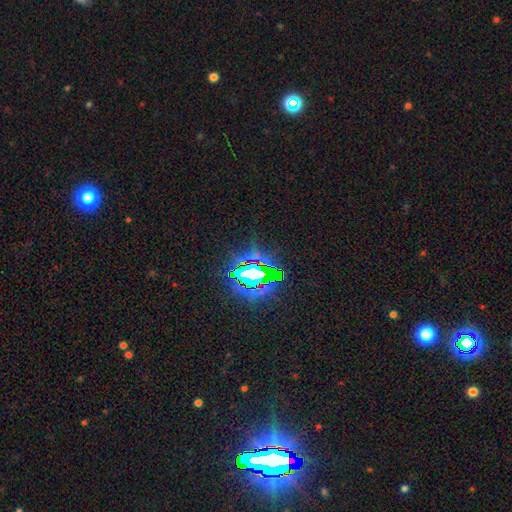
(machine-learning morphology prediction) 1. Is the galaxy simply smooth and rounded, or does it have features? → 83% star or artifact, 9% smooth, 7% featured or disk.